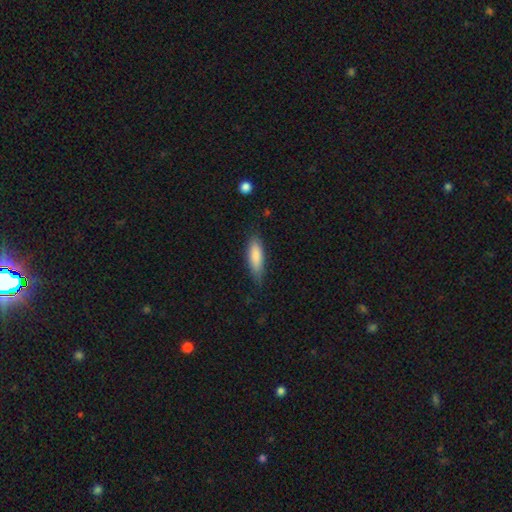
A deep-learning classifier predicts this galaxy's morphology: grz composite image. It shows a smooth galaxy with no disk features (84%) that is in between round and cigar-shaped (51%). Merging: none (74%).